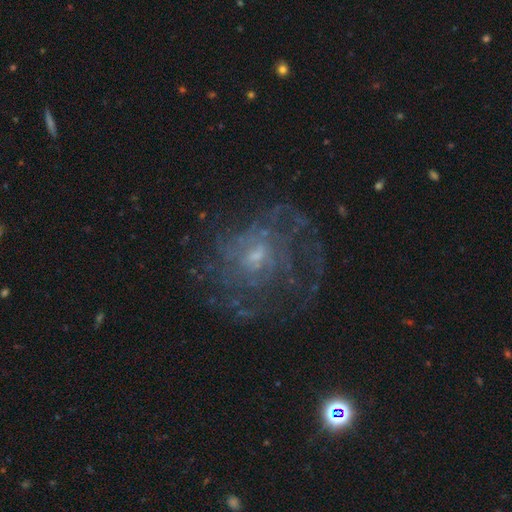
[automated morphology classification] Overall: featured or disk (73%). Edge-on disk: no (97%). Bar: no (59%; weak 36%). Spiral arms: yes (70%; no 30%). Bulge size: small (61%; moderate 27%). Merging: none (61%).